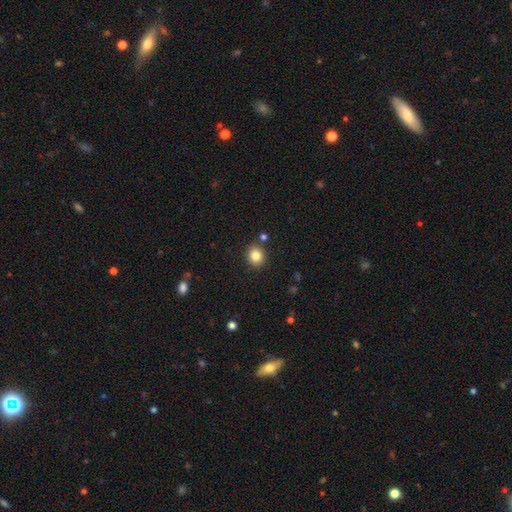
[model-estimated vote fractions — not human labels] Morphology: type=smooth (83%); roundness=round (78%); merging=none (87%).